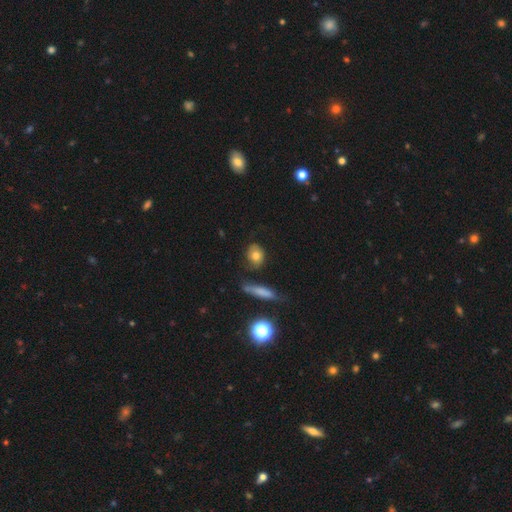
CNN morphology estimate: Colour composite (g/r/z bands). It shows a smooth galaxy with no disk features (75%) that is round (53%). Merging: none (70%).